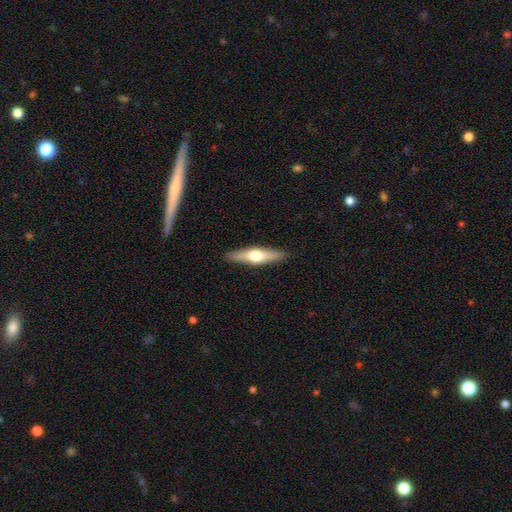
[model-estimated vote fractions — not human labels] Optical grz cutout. It shows a featured or disk galaxy (54%) viewed edge-on (94%) with a rounded central bulge (94%). Merging: none (90%).